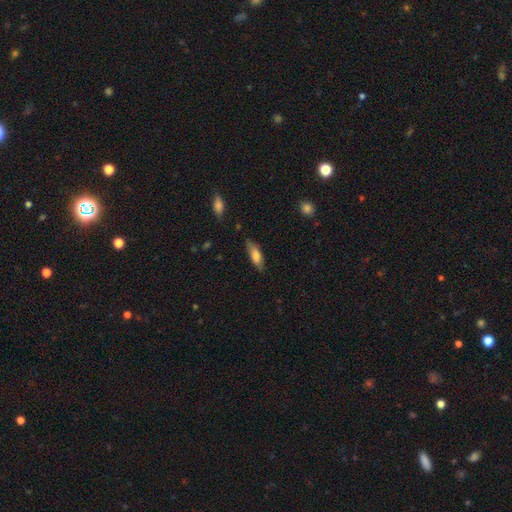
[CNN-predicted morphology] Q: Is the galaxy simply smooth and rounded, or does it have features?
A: smooth — 74%.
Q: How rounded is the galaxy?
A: in between — 58%.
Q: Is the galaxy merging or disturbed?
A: none — 76%.